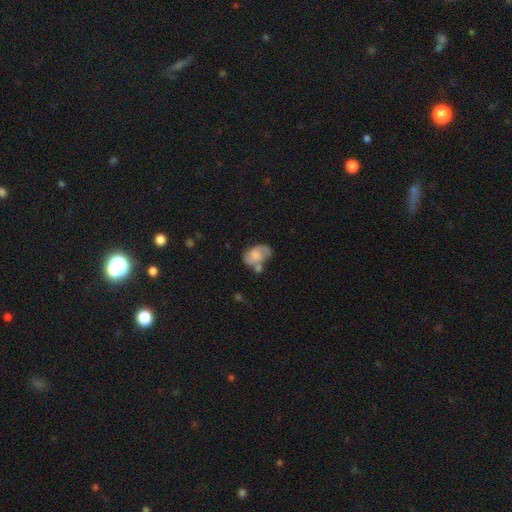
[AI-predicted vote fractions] Morphology: type=featured or disk (52%); edge-on=no (97%); merging=none (38%).